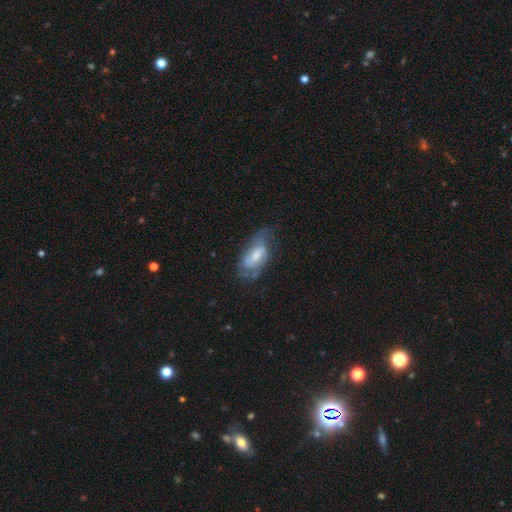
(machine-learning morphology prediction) type=featured or disk (56%); edge-on=no (90%); bar=weak (45%); spiral arms=yes (72%); bulge=moderate (43%); merging=none (46%).